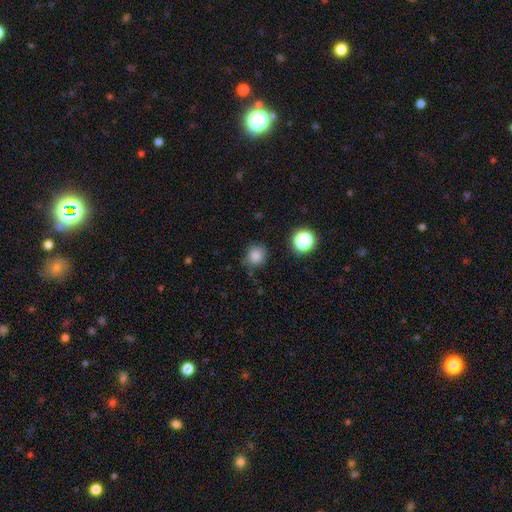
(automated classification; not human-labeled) Smooth or featured? smooth (82%)
How rounded? round (83%)
Merging? none (74%)